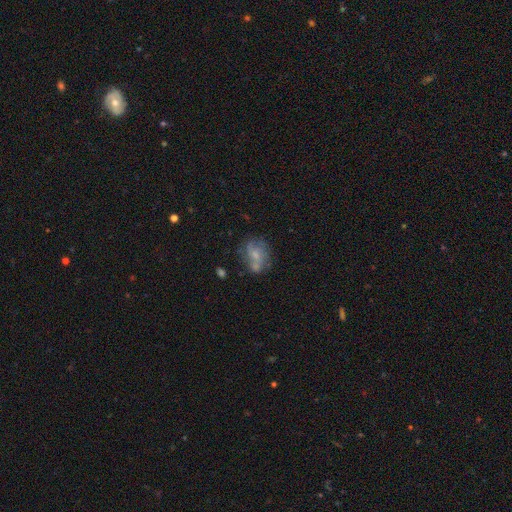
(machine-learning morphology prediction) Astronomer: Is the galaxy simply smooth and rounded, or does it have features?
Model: smooth — 49% (runner-up: featured or disk, 40%).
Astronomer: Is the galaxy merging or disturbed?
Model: none — 47%.